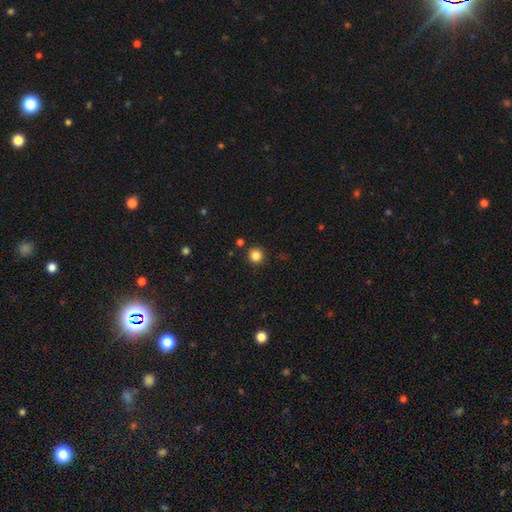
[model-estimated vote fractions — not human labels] A smooth galaxy with no disk features (85%) that is round (94%). Merging: none (89%).